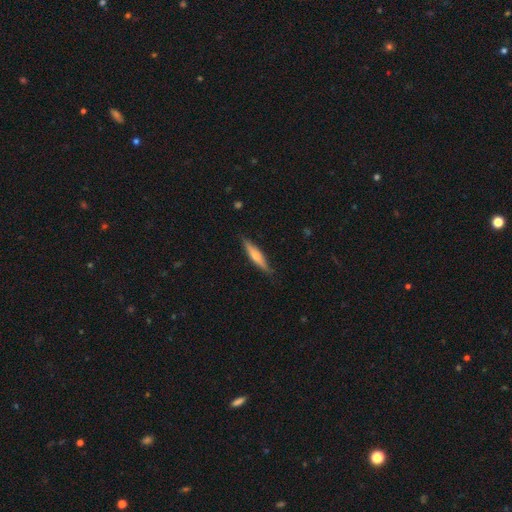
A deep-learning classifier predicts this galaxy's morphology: A smooth galaxy with no disk features (51%) that is cigar-shaped (86%).

Vote fractions:
- Smooth or featured? smooth: 51% / featured or disk: 43% / star or artifact: 6%
- How rounded? cigar-shaped: 86% / in between: 12% / round: 2%
- Merging? none: 87% / minor disturbance: 10% / major disturbance: 2% / merger: 1%